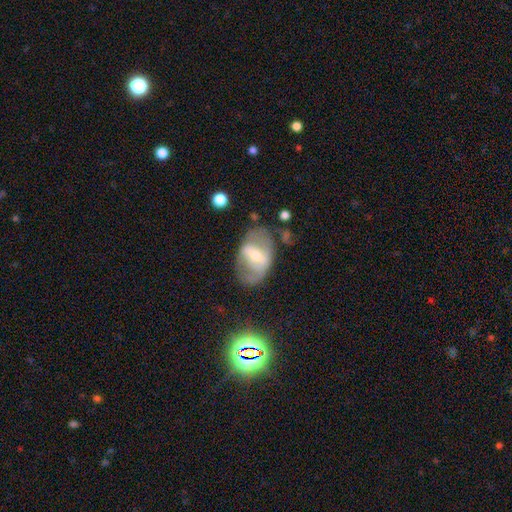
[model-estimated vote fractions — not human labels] Overall: featured or disk (61%; smooth 31%). Edge-on disk: no (92%). Bar: strong (44%; weak 37%). Spiral arms: no (55%; yes 45%). Bulge size: moderate (48%; small 43%). Merging: none (57%; minor disturbance 23%).